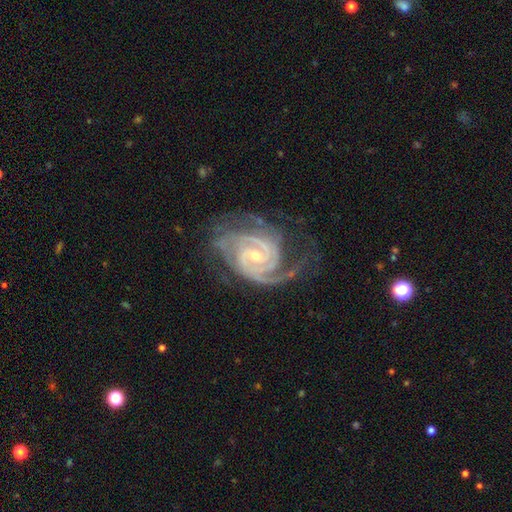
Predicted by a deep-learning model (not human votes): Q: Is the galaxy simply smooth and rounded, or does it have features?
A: featured or disk — 94%.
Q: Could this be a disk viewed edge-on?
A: no — 98%.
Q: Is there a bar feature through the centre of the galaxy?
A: weak — 43%.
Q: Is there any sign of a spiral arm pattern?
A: yes — 99%.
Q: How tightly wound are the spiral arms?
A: tight — 68%.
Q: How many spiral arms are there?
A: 2 — 38%.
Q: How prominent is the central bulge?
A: small — 61%.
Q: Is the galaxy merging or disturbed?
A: none — 64%.